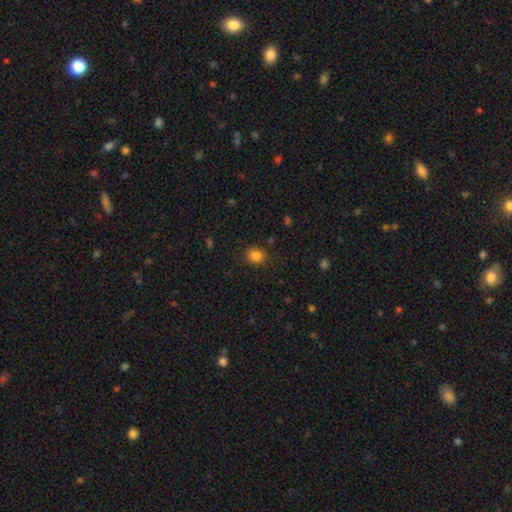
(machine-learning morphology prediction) Smooth or featured? smooth (84%)
How rounded? round (80%)
Merging? none (88%)